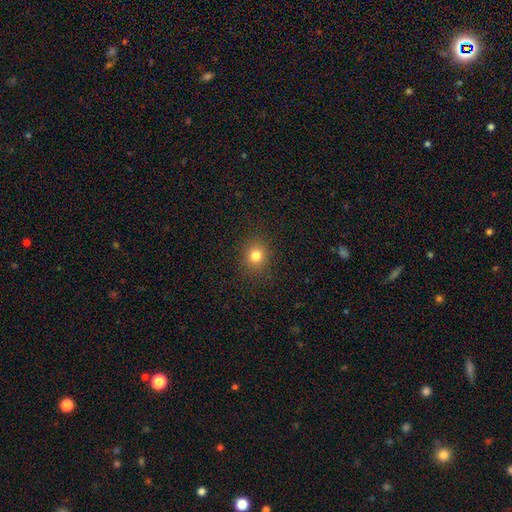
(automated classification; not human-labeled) A smooth galaxy with no disk features (79%) that is round (80%). Merging: none (89%).